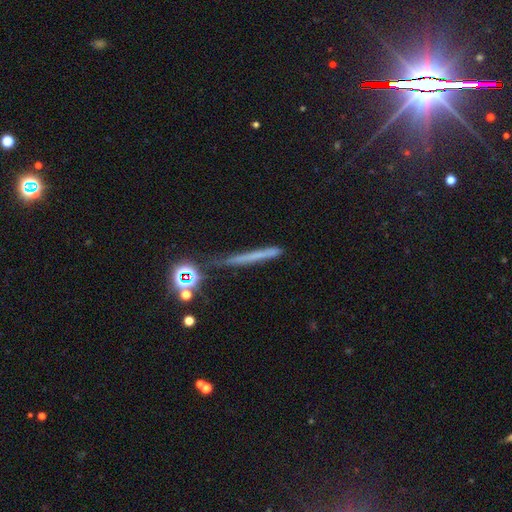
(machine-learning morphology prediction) The model was most divided on "smooth or featured": smooth: 45%, featured or disk: 33%, star or artifact: 22%. More confident: merging — none (72%).